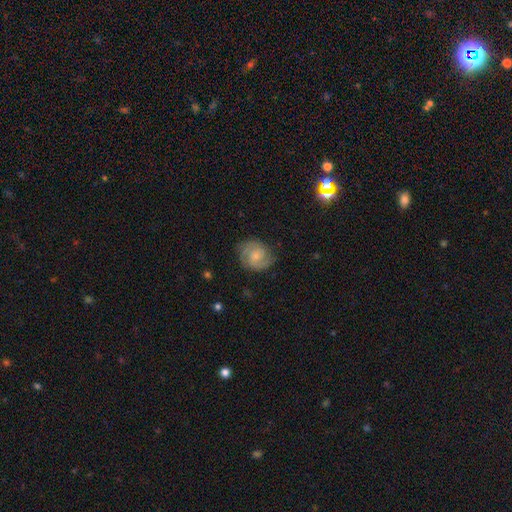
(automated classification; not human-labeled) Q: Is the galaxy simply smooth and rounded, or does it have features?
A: featured or disk — 70%.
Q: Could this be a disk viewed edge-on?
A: no — 98%.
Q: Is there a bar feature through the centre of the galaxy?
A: no — 57%.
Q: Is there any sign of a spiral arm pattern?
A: yes — 94%.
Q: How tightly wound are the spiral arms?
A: tight — 46%.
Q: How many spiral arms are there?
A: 2 — 73%.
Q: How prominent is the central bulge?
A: small — 55%.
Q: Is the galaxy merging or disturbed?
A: none — 77%.